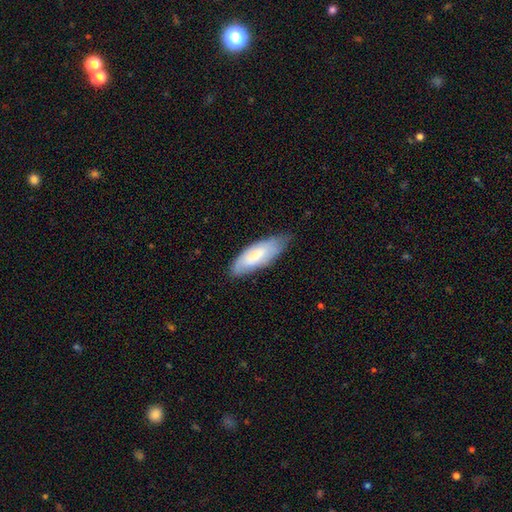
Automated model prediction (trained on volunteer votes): The model was most divided on "merging": none: 66%, minor disturbance: 28%, major disturbance: 5%, merger: 1%. More confident: how rounded — in between (71%); smooth or featured — smooth (67%).